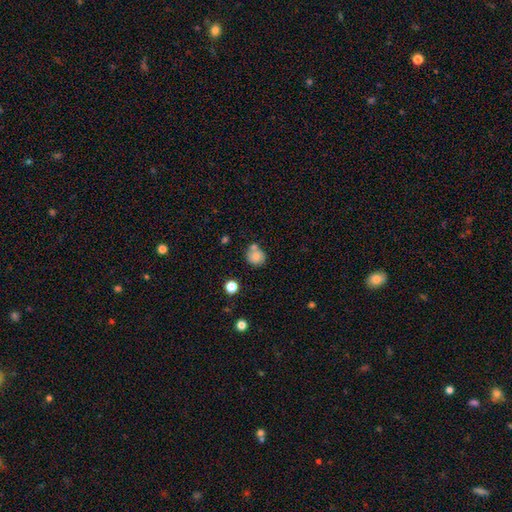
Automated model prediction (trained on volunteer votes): Overall: smooth (77%). How rounded: round (86%). Merging: none (58%; merger 23%).